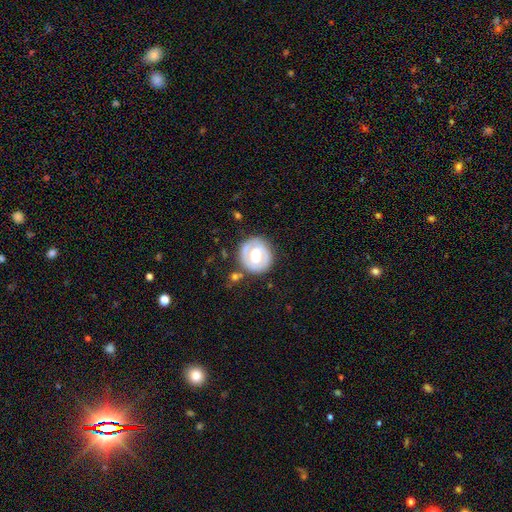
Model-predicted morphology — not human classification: This is possibly a featured or disk galaxy (57%). It is clearly not viewed edge-on (96%). Bar: possibly no (60%). Spiral arm pattern: likely no (69%). Central bulge: possibly moderate (46%). Merging: likely none (78%).